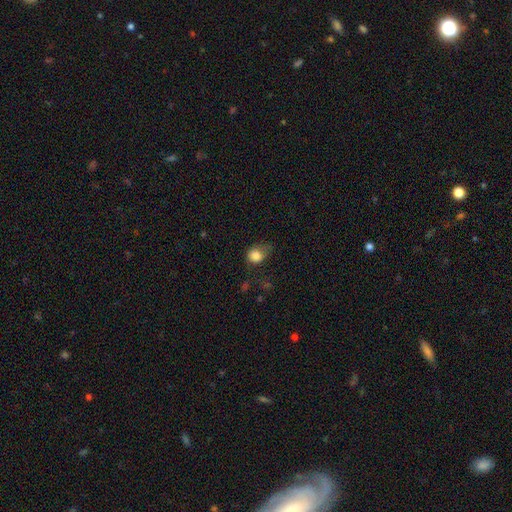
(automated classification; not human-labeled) This appears to be a smooth galaxy with no disk features (83%) that is round (62%). Merging: none (43%).